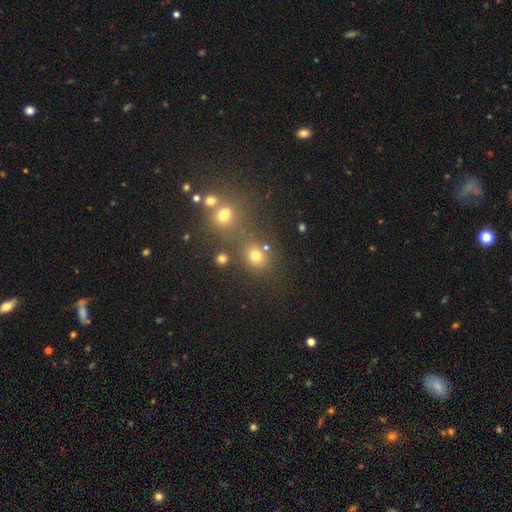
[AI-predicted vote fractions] The model was most divided on "merging": none: 62%, merger: 22%, minor disturbance: 10%, major disturbance: 6%. More confident: how rounded — round (76%); smooth or featured — smooth (71%).